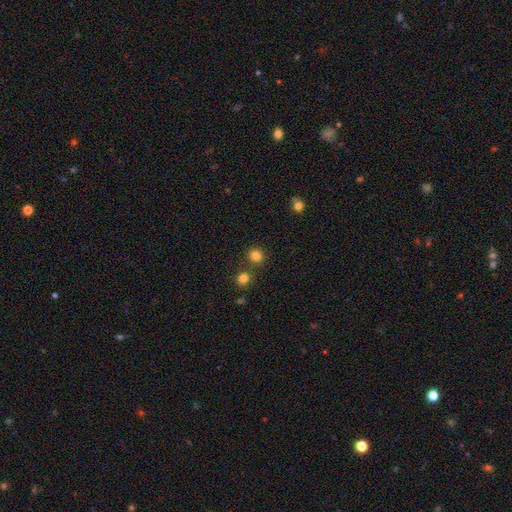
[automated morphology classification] A smooth galaxy with no disk features (81%) that is round (91%).

Vote fractions:
- Smooth or featured? smooth: 81% / star or artifact: 14% / featured or disk: 5%
- How rounded? round: 91% / in between: 8% / cigar-shaped: 1%
- Merging? none: 76% / merger: 14% / minor disturbance: 7% / major disturbance: 3%